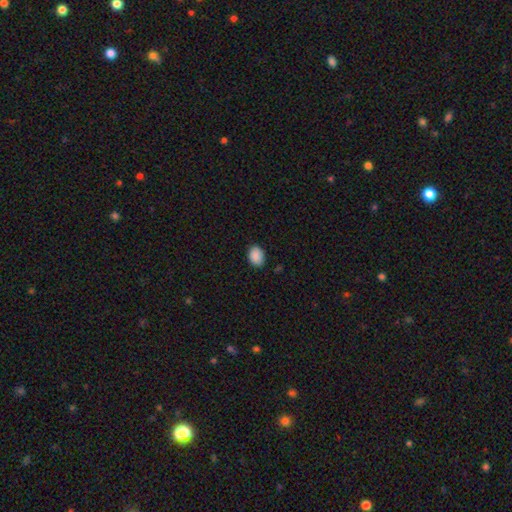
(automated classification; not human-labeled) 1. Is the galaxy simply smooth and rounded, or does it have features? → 90% smooth, 8% star or artifact, 3% featured or disk.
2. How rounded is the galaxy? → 71% in between, 28% round, 1% cigar-shaped.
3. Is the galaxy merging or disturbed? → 86% none, 11% minor disturbance, 2% major disturbance, 1% merger.